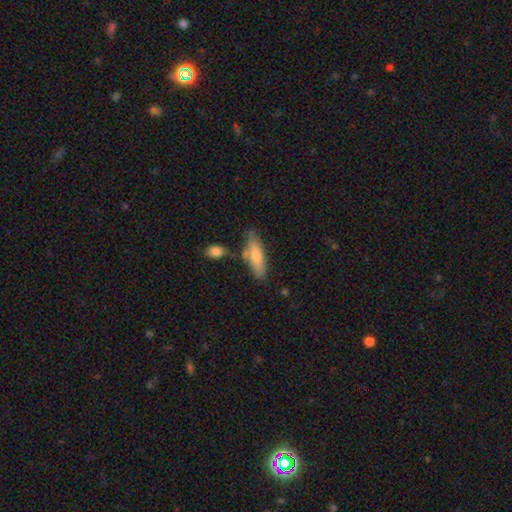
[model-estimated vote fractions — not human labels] Morphology: type=smooth (68%); roundness=cigar-shaped (57%); merging=none (69%).